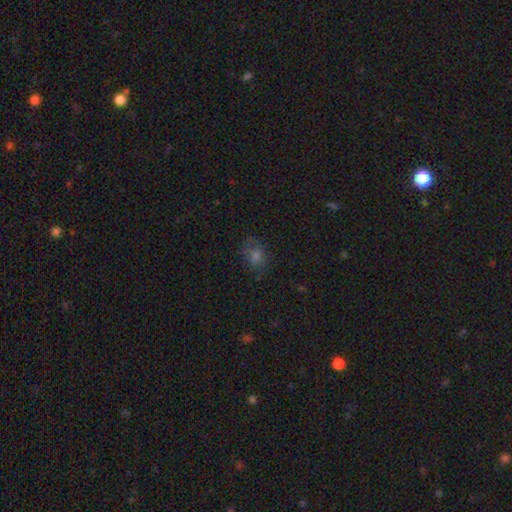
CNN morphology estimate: smooth 57%, star or artifact 26%, featured or disk 17%. Down the decision tree: how rounded — in between (58%); merging — none (70%).